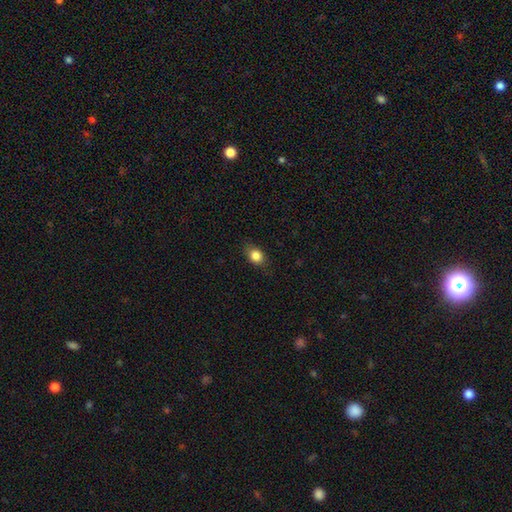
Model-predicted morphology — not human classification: This appears to be a smooth galaxy with no disk features (84%) that is in between round and cigar-shaped (58%). Merging: none (81%).